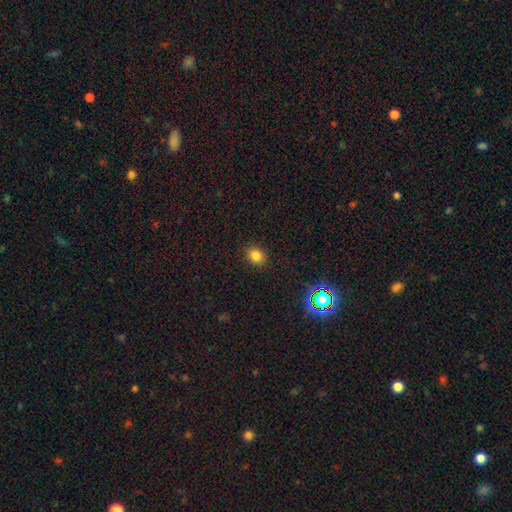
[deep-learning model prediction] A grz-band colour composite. It shows a smooth galaxy with no disk features (82%) that is round (55%). Merging: none (89%).